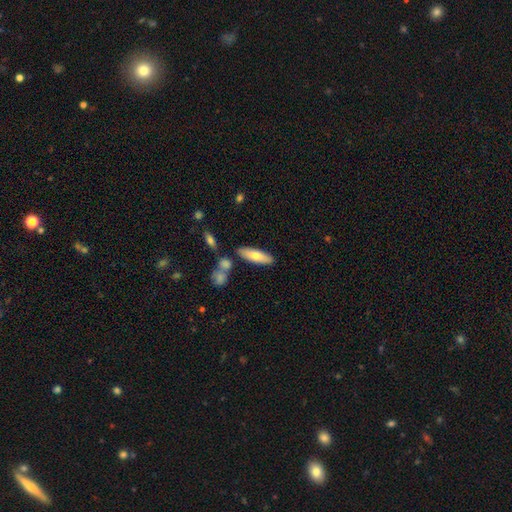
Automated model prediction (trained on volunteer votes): Smooth or featured?
  - smooth: 70% *
  - featured or disk: 24%
  - star or artifact: 6%
How rounded?
  - in between: 50% *
  - cigar-shaped: 48%
  - round: 2%
Merging?
  - none: 78% *
  - minor disturbance: 11%
  - merger: 8%
  - major disturbance: 3%